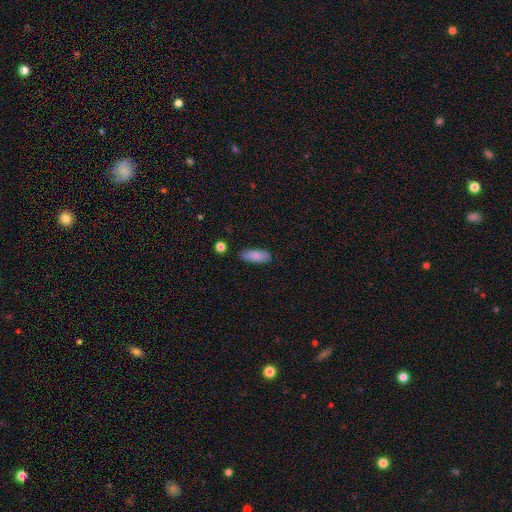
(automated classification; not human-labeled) This is clearly a smooth galaxy (85%). How rounded: likely in between (76%). Merging: clearly none (84%).